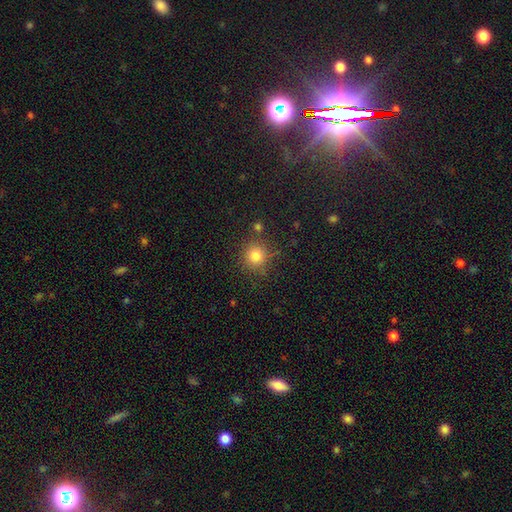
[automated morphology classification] type=smooth (80%); roundness=round (93%); merging=none (82%).